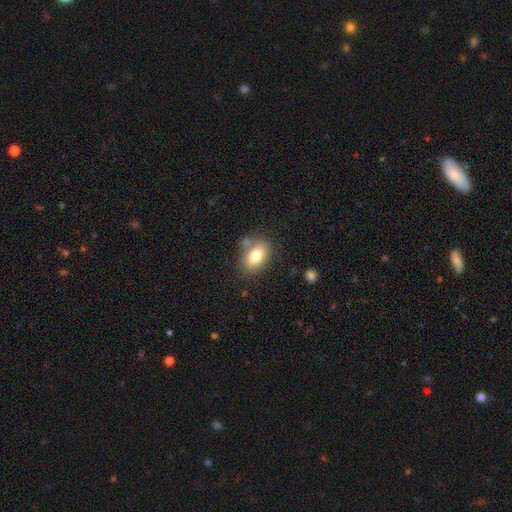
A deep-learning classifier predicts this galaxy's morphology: Smooth or featured? Predicted: smooth (p=0.76). How rounded? Predicted: in between (p=0.86). Merging? Predicted: none (p=0.72).